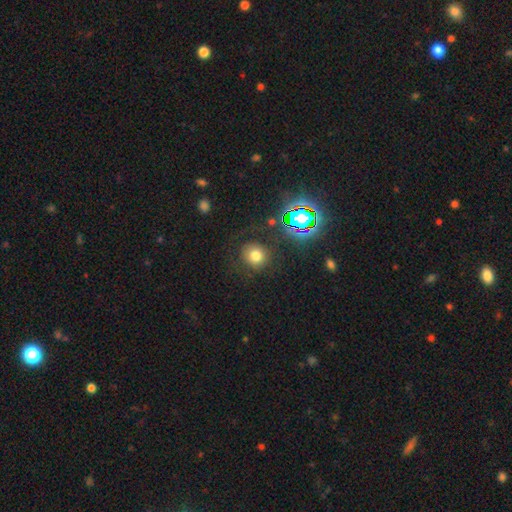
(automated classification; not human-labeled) The model was most divided on "smooth or featured": smooth: 71%, star or artifact: 18%, featured or disk: 12%. More confident: how rounded — round (88%); merging — none (78%).